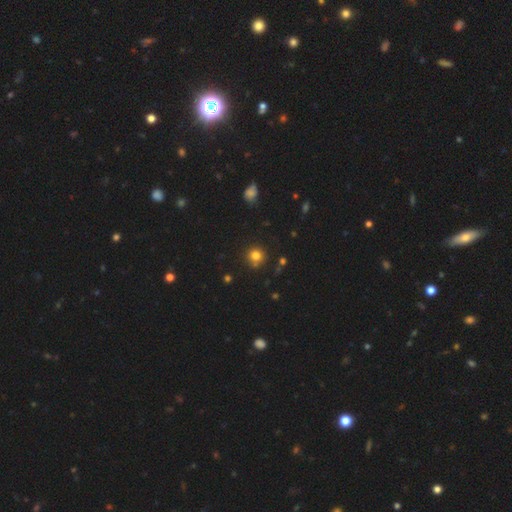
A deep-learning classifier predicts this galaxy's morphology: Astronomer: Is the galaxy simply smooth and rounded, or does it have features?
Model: smooth — 79%.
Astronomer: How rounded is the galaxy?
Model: round — 92%.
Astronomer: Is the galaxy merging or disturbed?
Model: none — 81%.